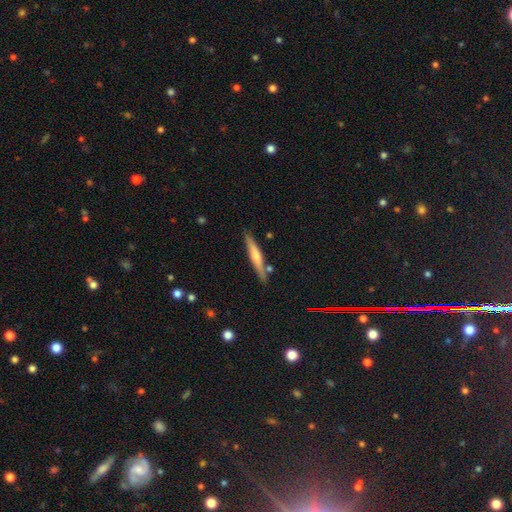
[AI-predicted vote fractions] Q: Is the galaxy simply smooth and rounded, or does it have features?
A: smooth — 47%, tied with featured or disk.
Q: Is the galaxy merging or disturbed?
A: none — 82%.